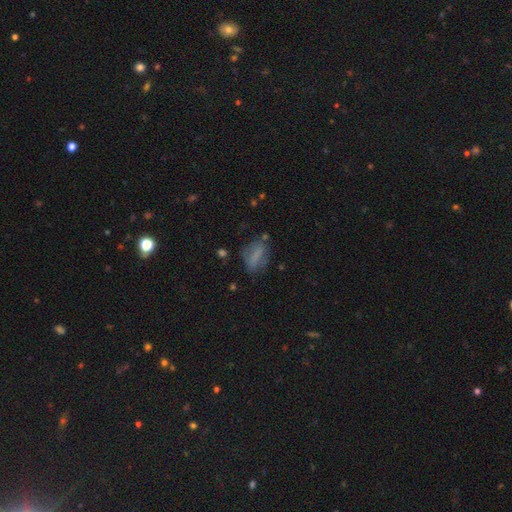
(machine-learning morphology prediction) Smooth or featured? smooth (66%)
How rounded? in between (71%)
Merging? none (58%)